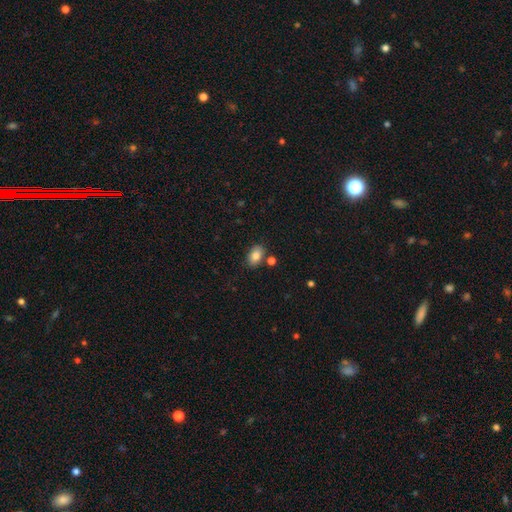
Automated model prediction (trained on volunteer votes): This appears to be a smooth galaxy with no disk features (84%) that is in between round and cigar-shaped (86%). Merging: none (79%).